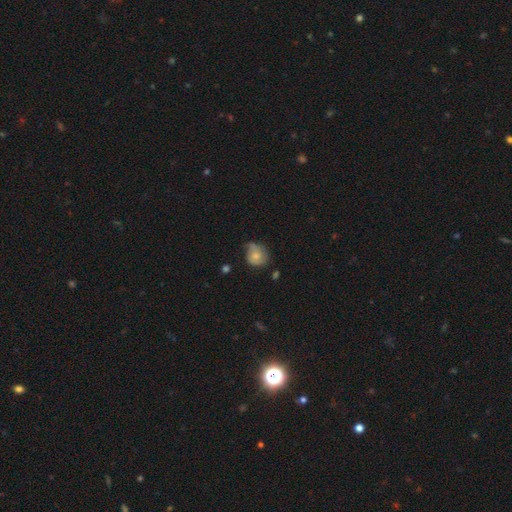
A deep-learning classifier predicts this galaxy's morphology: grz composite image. It shows a smooth galaxy with no disk features (62%) that is round (70%). Merging: none (45%).